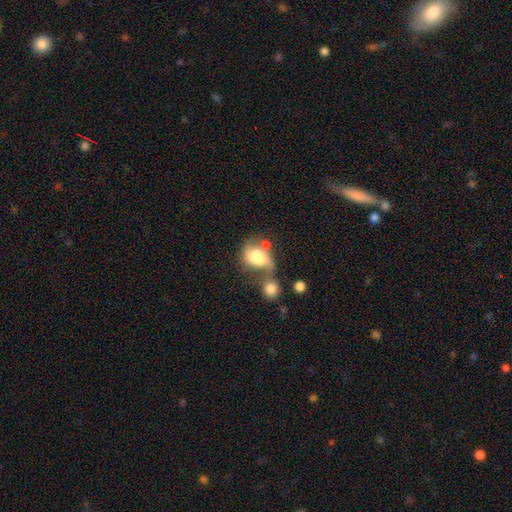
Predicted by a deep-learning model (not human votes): A smooth galaxy with no disk features (63%) that is in between round and cigar-shaped (65%).

Vote fractions:
- Smooth or featured? smooth: 63% / featured or disk: 29% / star or artifact: 8%
- How rounded? in between: 65% / round: 33% / cigar-shaped: 2%
- Merging? merger: 47% / major disturbance: 21% / none: 18% / minor disturbance: 14%